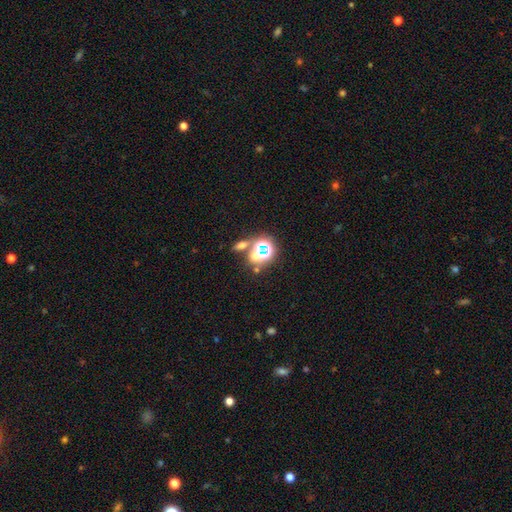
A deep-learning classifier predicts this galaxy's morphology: type=star or artifact (49%).